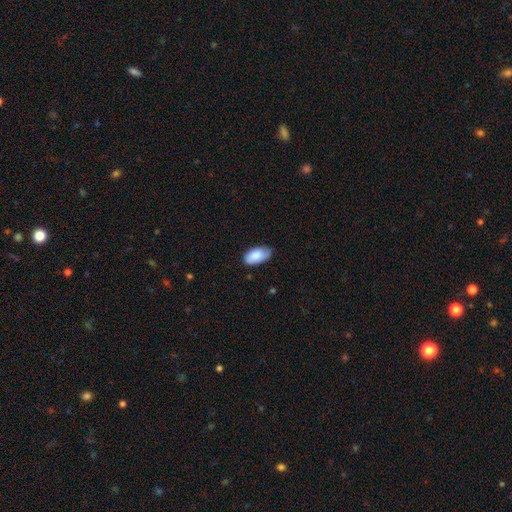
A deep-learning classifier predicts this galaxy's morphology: smooth-or-featured: smooth: 85% | featured or disk: 9% | star or artifact: 6%
  how-rounded: in between: 95% | round: 3% | cigar-shaped: 2%
  merging: none: 73% | minor disturbance: 22% | major disturbance: 3% | merger: 1%